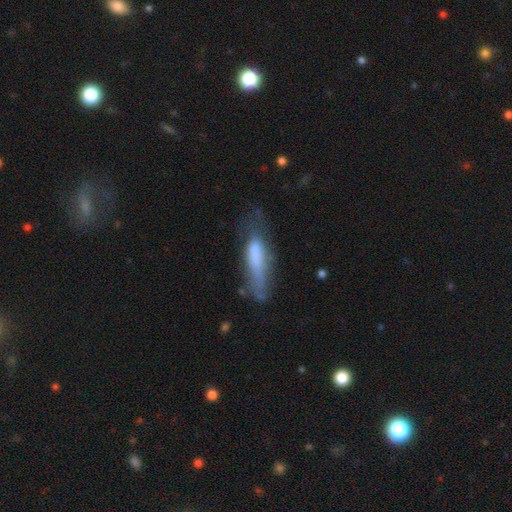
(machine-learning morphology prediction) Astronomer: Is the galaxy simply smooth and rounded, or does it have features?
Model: smooth — 62%.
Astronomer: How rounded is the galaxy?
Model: cigar-shaped — 58% (runner-up: in between, 40%).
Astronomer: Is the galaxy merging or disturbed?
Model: none — 39% (runner-up: minor disturbance, 29%).